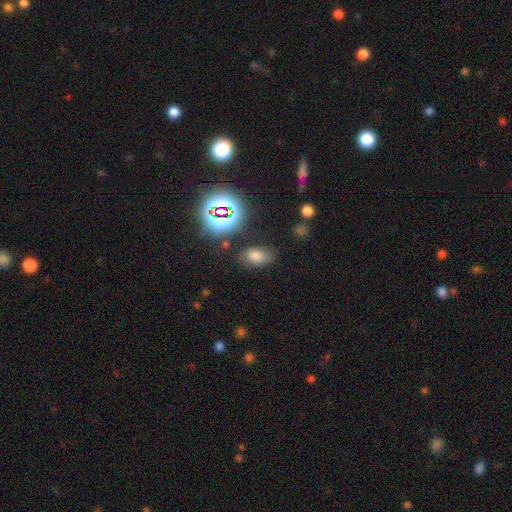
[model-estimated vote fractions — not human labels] Smooth or featured?
  - smooth: 70% *
  - star or artifact: 21%
  - featured or disk: 10%
How rounded?
  - in between: 87% *
  - round: 11%
  - cigar-shaped: 2%
Merging?
  - none: 77% *
  - minor disturbance: 15%
  - major disturbance: 5%
  - merger: 3%